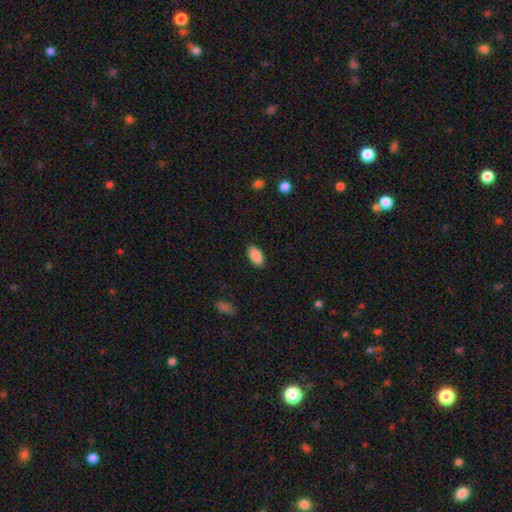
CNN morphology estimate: A smooth galaxy with no disk features (88%) that is in between round and cigar-shaped (91%).

Vote fractions:
- Smooth or featured? smooth: 88% / star or artifact: 6% / featured or disk: 5%
- How rounded? in between: 91% / cigar-shaped: 7% / round: 2%
- Merging? none: 88% / minor disturbance: 9% / major disturbance: 2% / merger: 1%